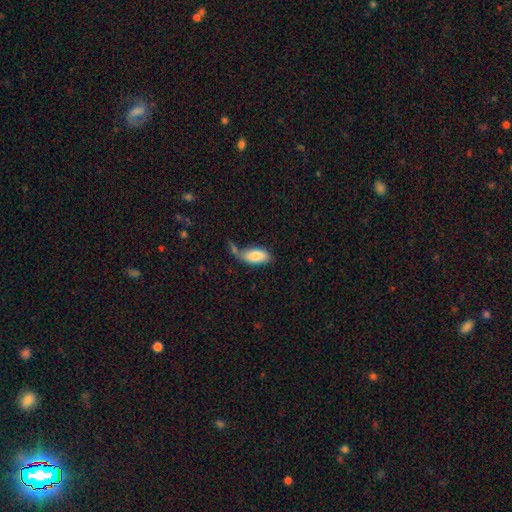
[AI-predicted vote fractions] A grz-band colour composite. It shows a smooth galaxy with no disk features (80%) that is in between round and cigar-shaped (92%). Merging: none (41%).